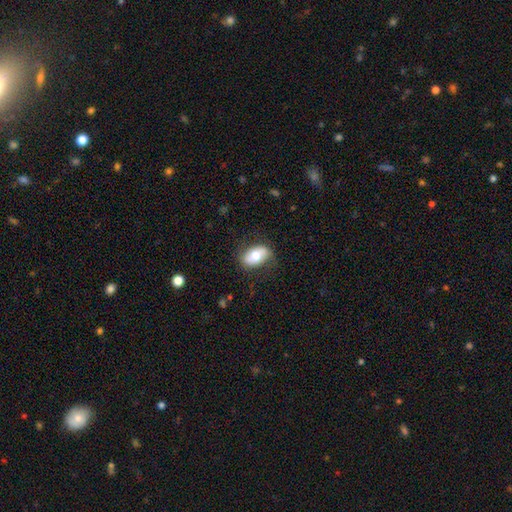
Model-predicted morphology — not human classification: Q: Smooth or featured?
A: smooth (68%); runner-up: featured or disk (25%)
Q: How rounded?
A: in between (89%); runner-up: round (9%)
Q: Merging?
A: none (77%); runner-up: minor disturbance (17%)